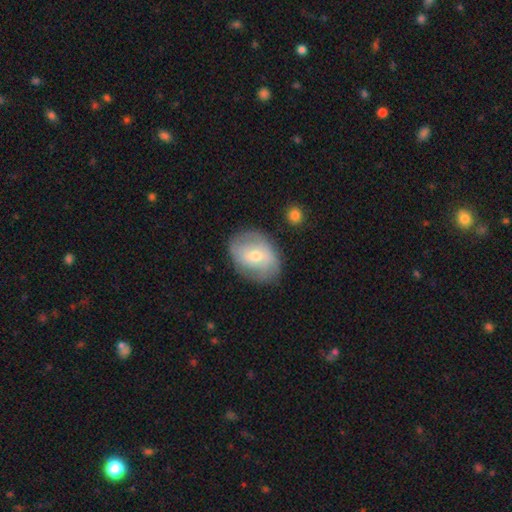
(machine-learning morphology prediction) smooth-or-featured: featured or disk: 55% | smooth: 38% | star or artifact: 7%
  disk-edge-on: no: 95% | yes: 5%
    bar: no: 51% | weak: 39% | strong: 10%
    has-spiral-arms: yes: 69% | no: 31%
    bulge-size: moderate: 60% | small: 35% | large: 3% | none: 1% | dominant: 1%
  merging: none: 75% | minor disturbance: 17% | major disturbance: 5% | merger: 2%